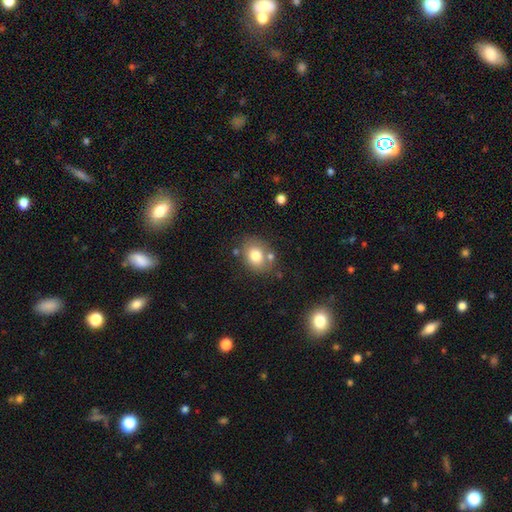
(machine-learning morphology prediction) This appears to be a smooth galaxy with no disk features (77%) that is in between round and cigar-shaped (54%). Merging: none (67%).